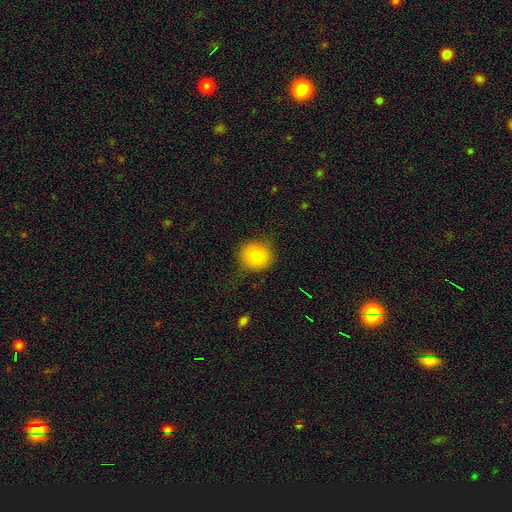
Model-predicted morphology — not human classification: This is clearly a smooth galaxy (80%). How rounded: clearly round (87%). Merging: likely none (80%).